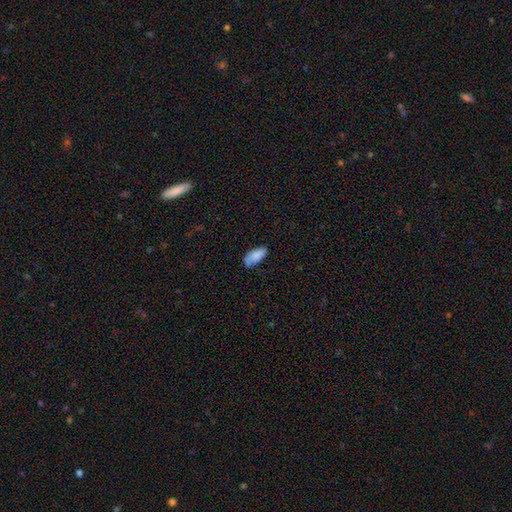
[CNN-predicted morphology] Smooth or featured? Predicted: smooth (p=0.85). How rounded? Predicted: in between (p=0.89). Merging? Predicted: none (p=0.64).